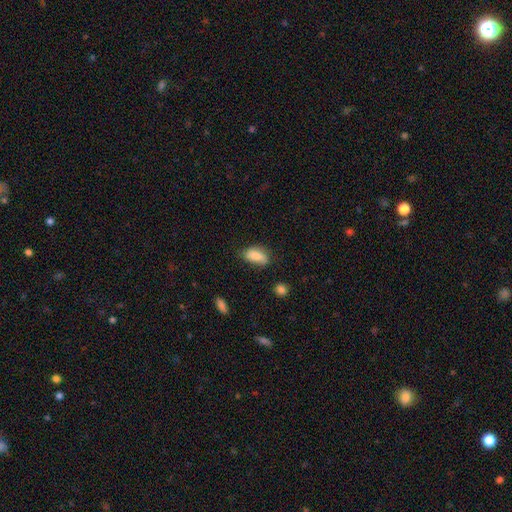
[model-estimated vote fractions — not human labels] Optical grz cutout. It shows a smooth galaxy with no disk features (84%) that is in between round and cigar-shaped (89%). Merging: none (60%).